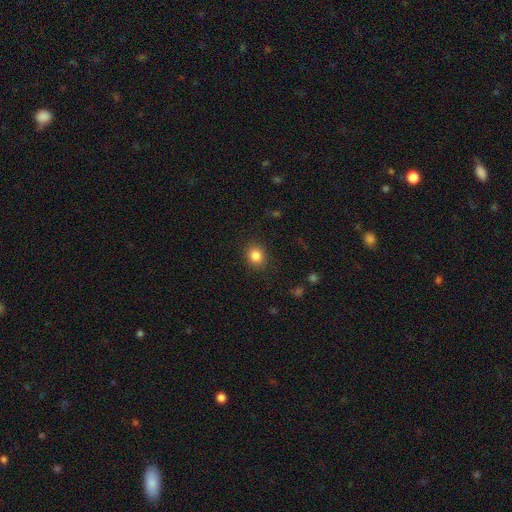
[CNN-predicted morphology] Smooth or featured: smooth — 84% (star or artifact — 11%)
How rounded: round — 74% (in between — 25%)
Merging: none — 89% (minor disturbance — 8%)